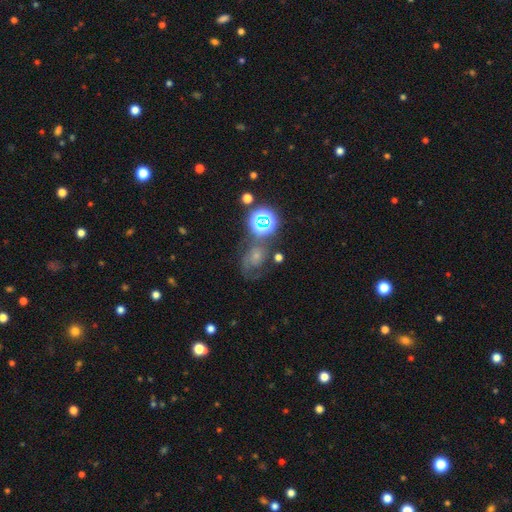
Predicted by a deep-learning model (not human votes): Overall: featured or disk (39%; smooth 34%). Merging: none (40%; major disturbance 26%).